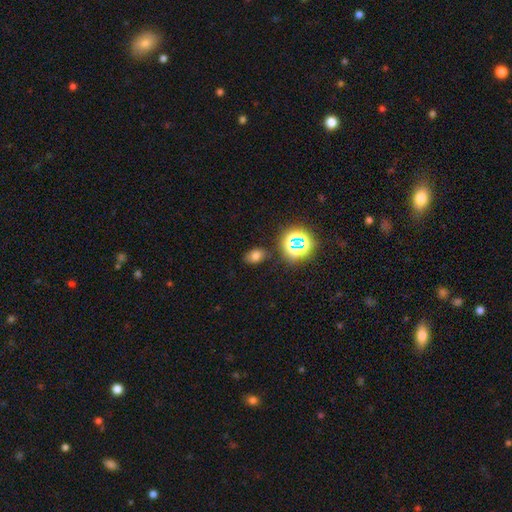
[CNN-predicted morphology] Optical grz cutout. It shows a smooth galaxy with no disk features (67%) that is in between round and cigar-shaped (75%). Merging: none (80%).